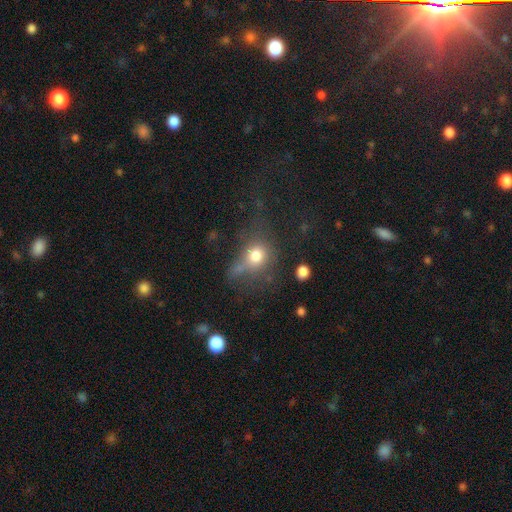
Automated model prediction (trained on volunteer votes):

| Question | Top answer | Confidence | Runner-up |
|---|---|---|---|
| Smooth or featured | smooth | 71% | featured or disk (15%) |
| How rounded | round | 65% | in between (32%) |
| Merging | none | 39% | major disturbance (28%) |